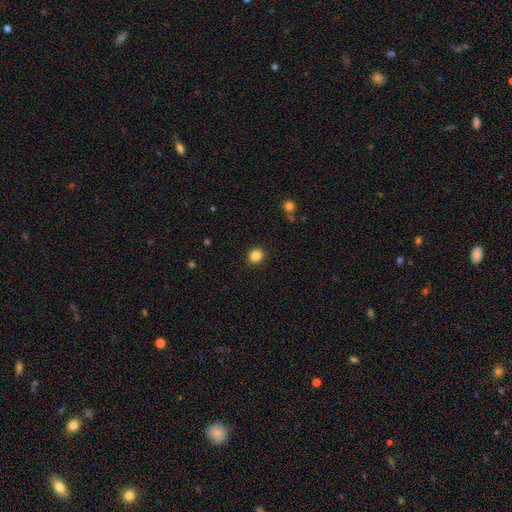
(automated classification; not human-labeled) This appears to be a smooth galaxy with no disk features (85%) that is round (91%). Merging: none (91%).